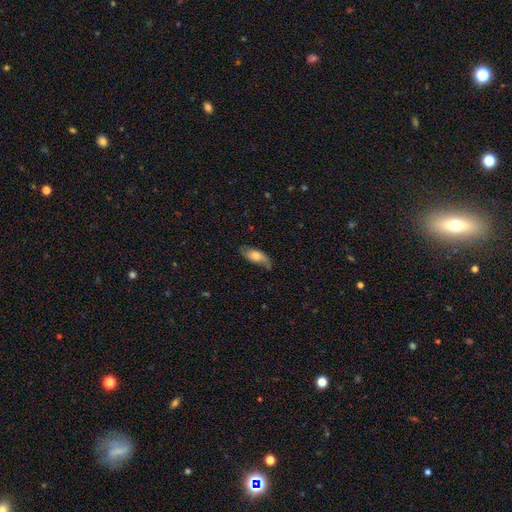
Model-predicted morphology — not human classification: smooth-or-featured: smooth: 47% | featured or disk: 46% | star or artifact: 7%
  merging: none: 62% | minor disturbance: 26% | major disturbance: 10% | merger: 2%